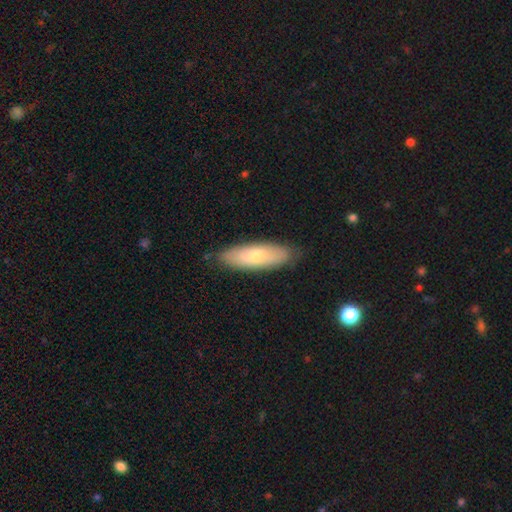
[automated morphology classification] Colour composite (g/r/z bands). It shows a smooth galaxy with no disk features (61%) that is in between round and cigar-shaped (59%). Merging: none (83%).